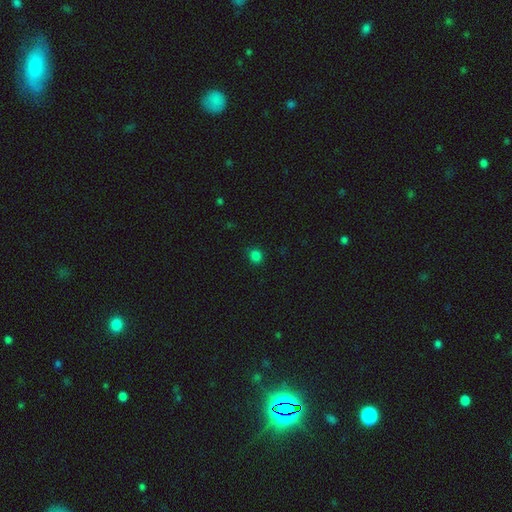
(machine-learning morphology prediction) The model was most divided on "smooth or featured": smooth: 80%, star or artifact: 17%, featured or disk: 3%. More confident: merging — none (86%); how rounded — round (82%).